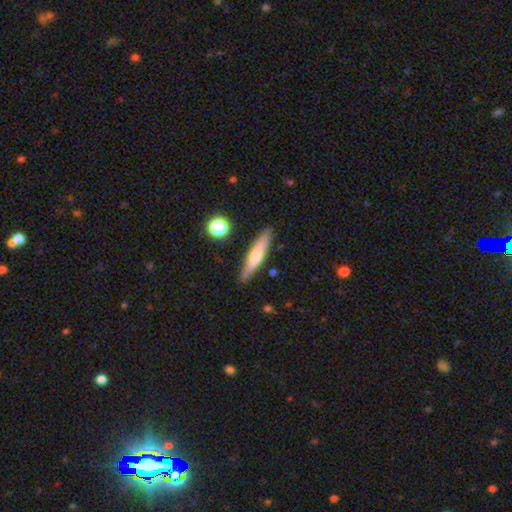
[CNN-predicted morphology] smooth-or-featured: smooth: 53% | featured or disk: 40% | star or artifact: 7%
  how-rounded: cigar-shaped: 85% | in between: 13% | round: 2%
  merging: none: 87% | minor disturbance: 9% | merger: 2% | major disturbance: 2%